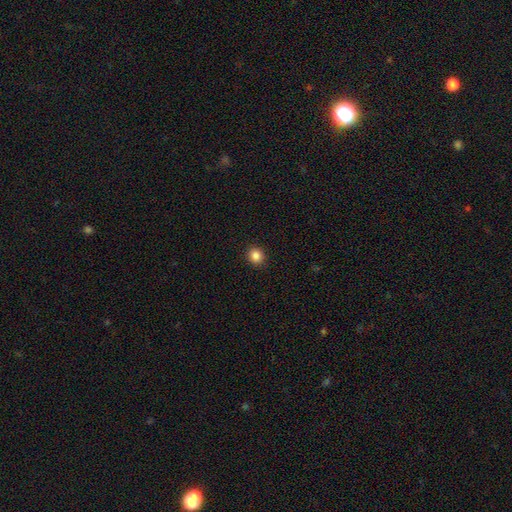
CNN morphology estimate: type=smooth (86%); roundness=round (84%); merging=none (92%).